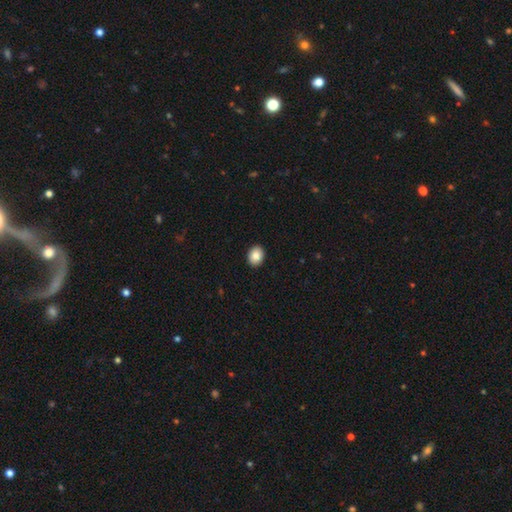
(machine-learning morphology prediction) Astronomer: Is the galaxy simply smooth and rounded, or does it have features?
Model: smooth — 86%.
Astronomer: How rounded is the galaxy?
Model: in between — 59% (runner-up: round, 41%).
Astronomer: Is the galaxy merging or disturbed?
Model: none — 92%.